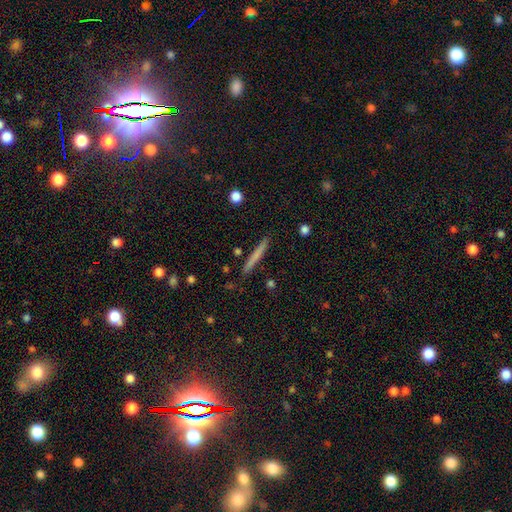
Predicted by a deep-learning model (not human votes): The model was most divided on "smooth or featured": smooth: 65%, featured or disk: 29%, star or artifact: 6%. More confident: how rounded — cigar-shaped (96%); merging — none (89%).